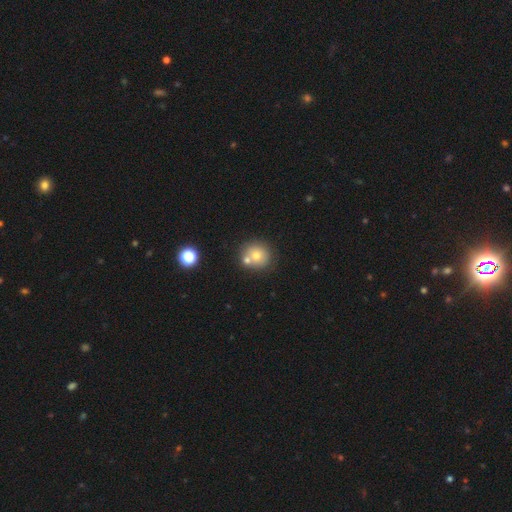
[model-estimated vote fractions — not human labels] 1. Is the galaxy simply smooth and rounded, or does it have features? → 71% smooth, 17% featured or disk, 12% star or artifact.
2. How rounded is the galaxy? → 89% round, 10% in between, 1% cigar-shaped.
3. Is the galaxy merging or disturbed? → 58% none, 29% merger, 10% minor disturbance, 3% major disturbance.